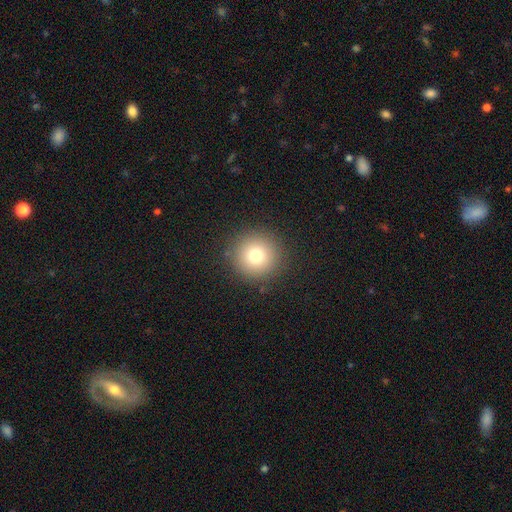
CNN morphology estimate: The model was most divided on "smooth or featured": smooth: 75%, star or artifact: 14%, featured or disk: 11%. More confident: how rounded — round (96%); merging — none (90%).